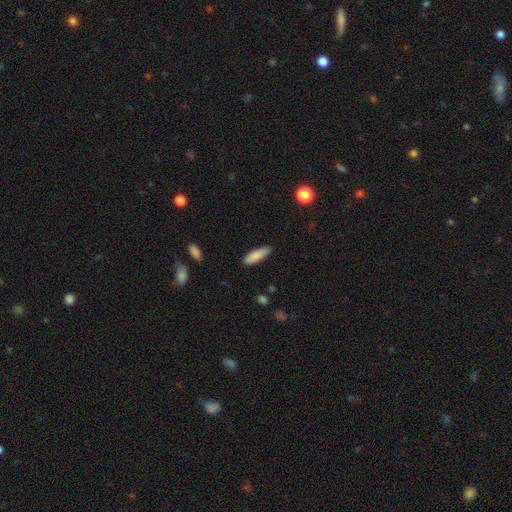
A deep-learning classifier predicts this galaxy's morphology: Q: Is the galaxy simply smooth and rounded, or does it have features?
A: smooth — 86%.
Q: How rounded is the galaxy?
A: cigar-shaped — 54%.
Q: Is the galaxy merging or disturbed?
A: none — 87%.